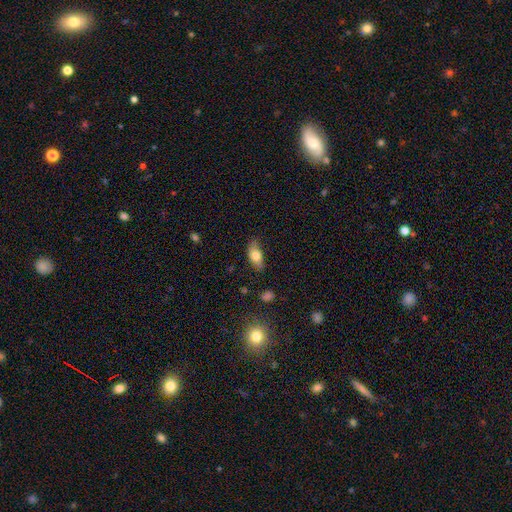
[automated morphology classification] Smooth or featured? smooth (73%)
How rounded? in between (84%)
Merging? none (70%)